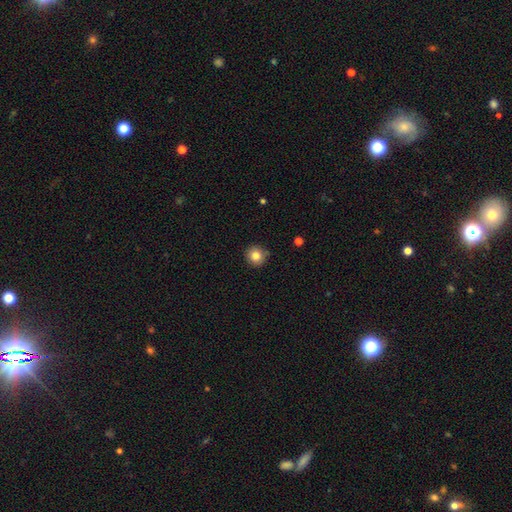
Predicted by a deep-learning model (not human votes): A smooth galaxy with no disk features (82%) that is round (94%).

Vote fractions:
- Smooth or featured? smooth: 82% / star or artifact: 10% / featured or disk: 7%
- How rounded? round: 94% / in between: 5% / cigar-shaped: 1%
- Merging? none: 87% / minor disturbance: 9% / merger: 2% / major disturbance: 2%